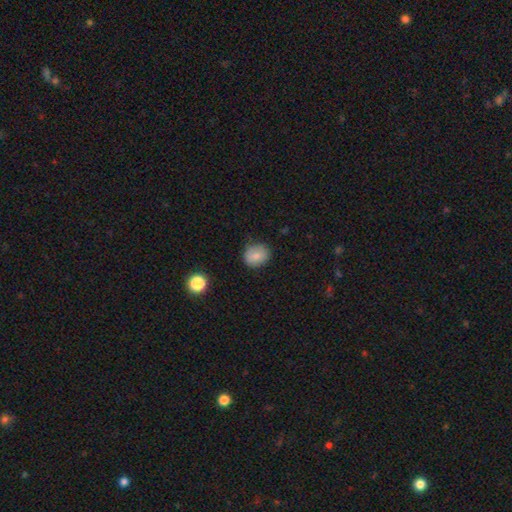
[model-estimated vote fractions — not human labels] Smooth or featured? smooth (79%)
How rounded? round (67%)
Merging? none (79%)